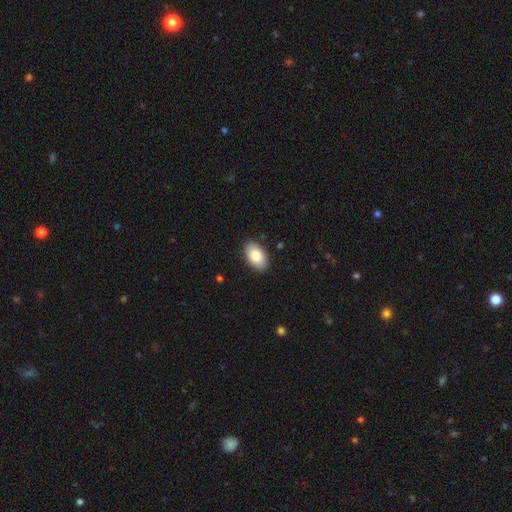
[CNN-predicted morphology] Q: Smooth or featured?
A: smooth (82%); runner-up: featured or disk (12%)
Q: How rounded?
A: in between (94%); runner-up: round (5%)
Q: Merging?
A: none (89%); runner-up: minor disturbance (8%)